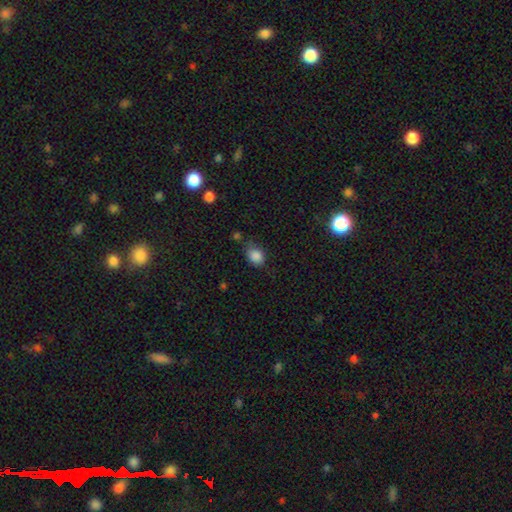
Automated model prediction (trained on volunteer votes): Smooth or featured: smooth — 85% (star or artifact — 10%)
How rounded: in between — 55% (round — 44%)
Merging: none — 64% (minor disturbance — 26%)